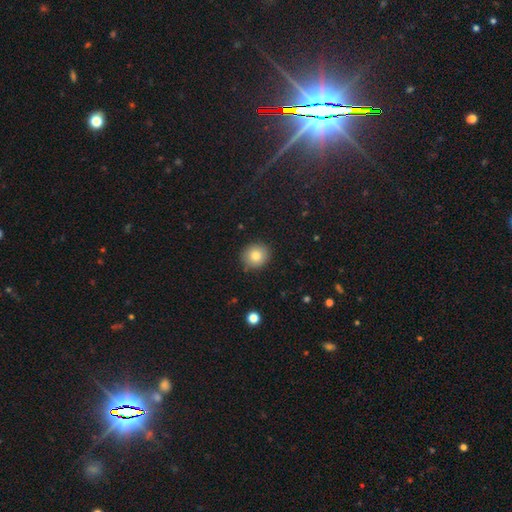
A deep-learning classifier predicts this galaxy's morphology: smooth 80%, star or artifact 10%, featured or disk 9%. Down the decision tree: how rounded — round (85%); merging — none (88%).